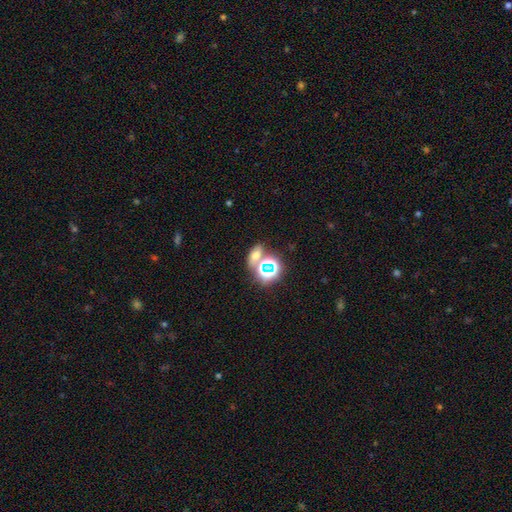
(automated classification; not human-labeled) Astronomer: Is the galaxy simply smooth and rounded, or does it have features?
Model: smooth — 49% (runner-up: star or artifact, 37%).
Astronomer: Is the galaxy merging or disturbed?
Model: none — 61%.